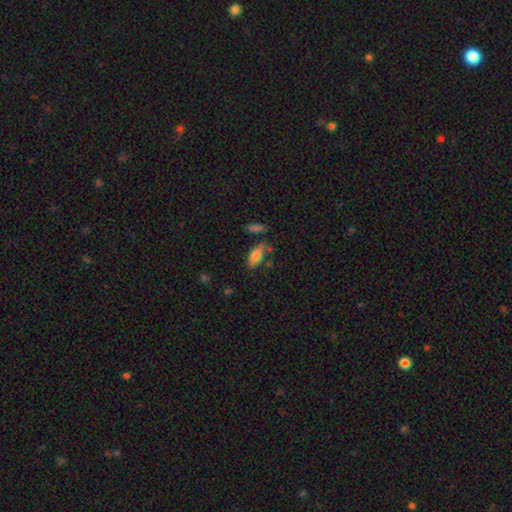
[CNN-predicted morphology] This appears to be a smooth galaxy with no disk features (80%) that is in between round and cigar-shaped (84%). Merging: none (65%).